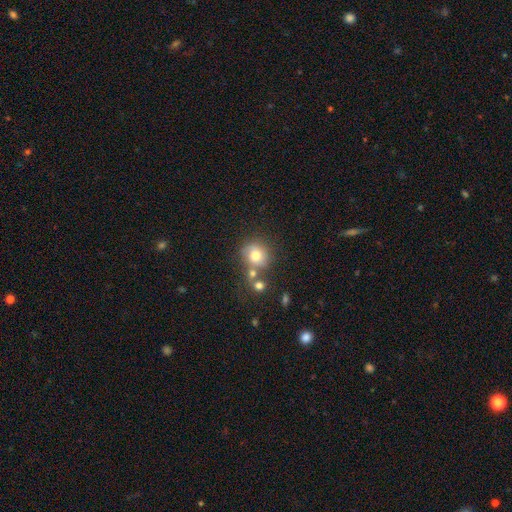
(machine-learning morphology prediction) A smooth galaxy with no disk features (73%) that is round (82%).

Vote fractions:
- Smooth or featured? smooth: 73% / featured or disk: 15% / star or artifact: 12%
- How rounded? round: 82% / in between: 17% / cigar-shaped: 1%
- Merging? none: 55% / merger: 25% / minor disturbance: 14% / major disturbance: 6%